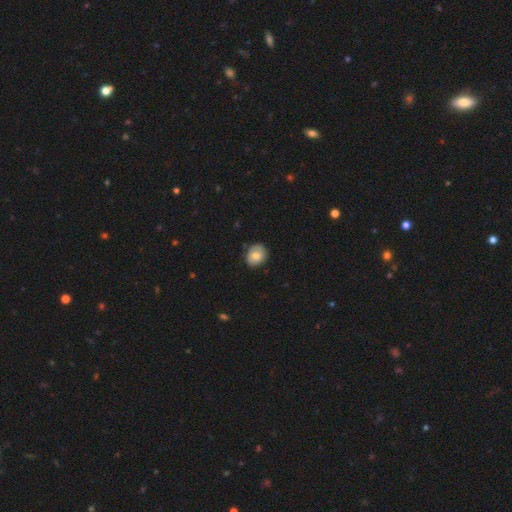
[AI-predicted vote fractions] Smooth or featured? smooth (76%)
How rounded? round (52%)
Merging? none (78%)